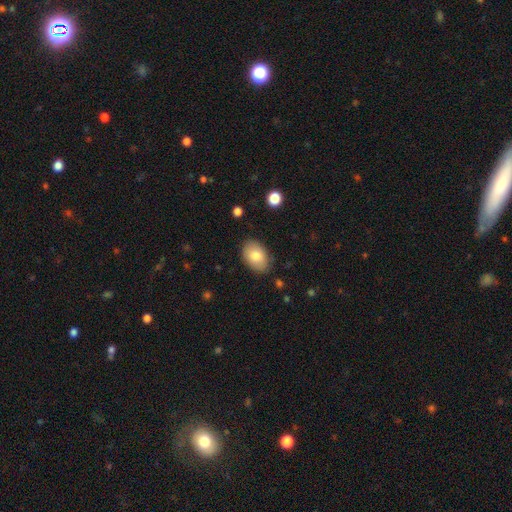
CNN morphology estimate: Smooth or featured? smooth (80%)
How rounded? in between (85%)
Merging? none (85%)